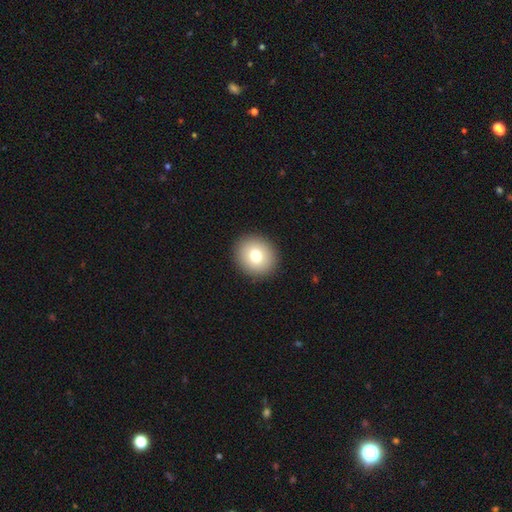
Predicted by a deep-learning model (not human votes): Overall: smooth (78%). How rounded: round (85%). Merging: none (92%).